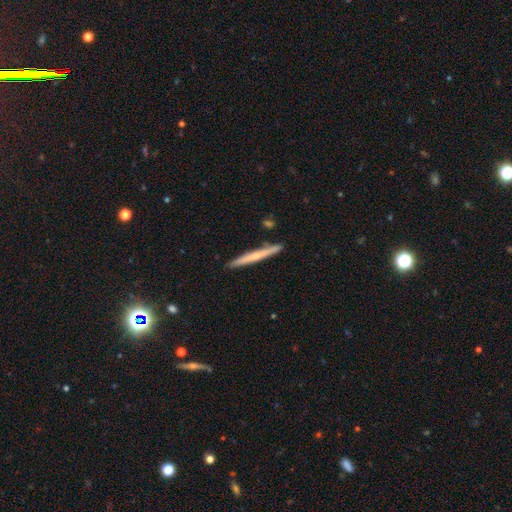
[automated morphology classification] smooth_or_featured: smooth (p=0.51) [alt: featured or disk p=0.44]
how_rounded: cigar-shaped (p=0.97) [alt: in between p=0.02]
merging: none (p=0.90) [alt: minor disturbance p=0.07]